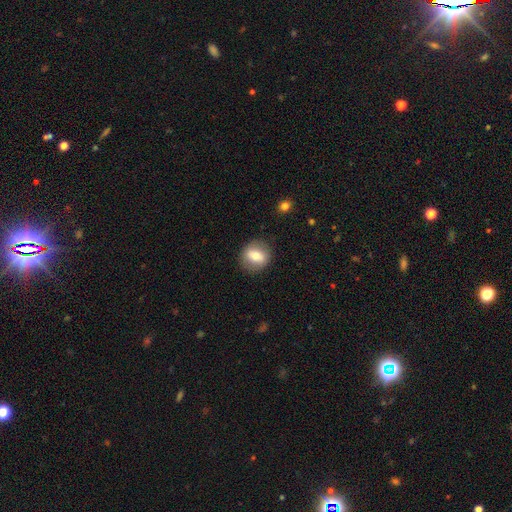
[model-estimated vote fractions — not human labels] This is likely a smooth galaxy (66%). How rounded: likely round (77%). Merging: clearly none (86%).